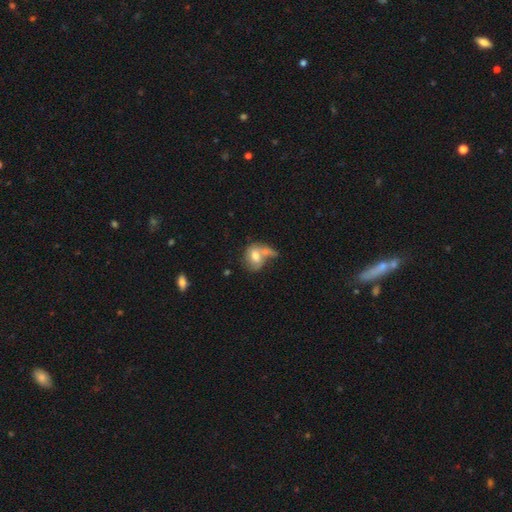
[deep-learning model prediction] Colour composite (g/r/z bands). It shows a smooth galaxy with no disk features (58%) that is in between round and cigar-shaped (60%). Merging: merger (43%).